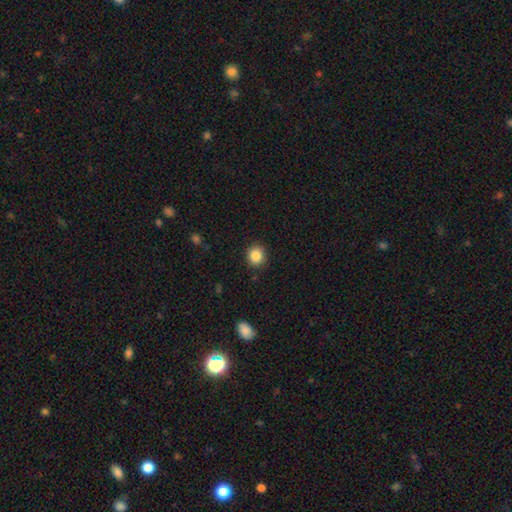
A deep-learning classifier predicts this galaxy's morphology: type=smooth (85%); roundness=round (86%); merging=none (91%).